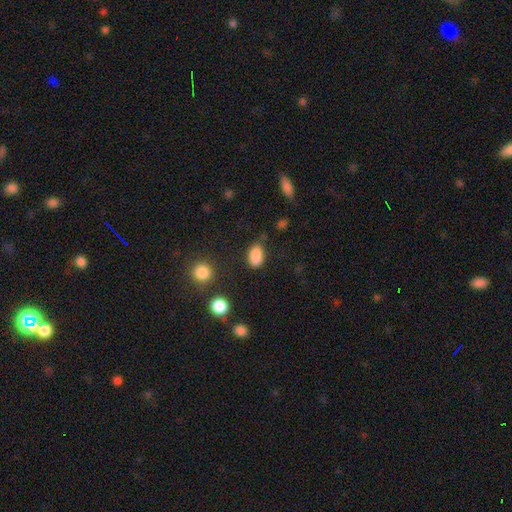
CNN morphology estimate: This is clearly a smooth galaxy (84%). How rounded: clearly in between (85%). Merging: likely none (64%).